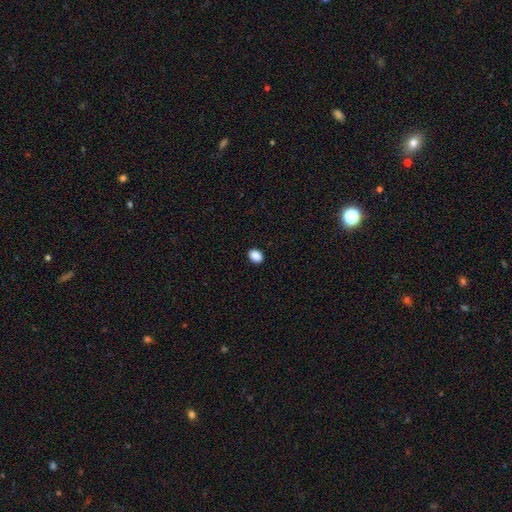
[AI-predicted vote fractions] Smooth or featured?
  - smooth: 89% *
  - star or artifact: 9%
  - featured or disk: 2%
How rounded?
  - in between: 63% *
  - round: 36%
  - cigar-shaped: 1%
Merging?
  - none: 91% *
  - minor disturbance: 6%
  - major disturbance: 2%
  - merger: 1%